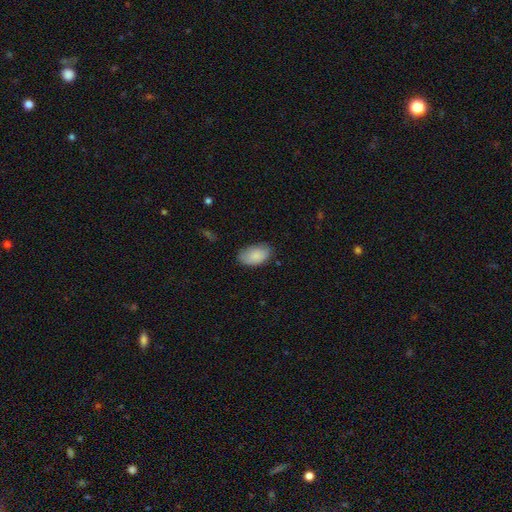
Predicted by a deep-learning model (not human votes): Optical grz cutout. It shows a smooth galaxy with no disk features (87%) that is in between round and cigar-shaped (94%). Merging: none (77%).